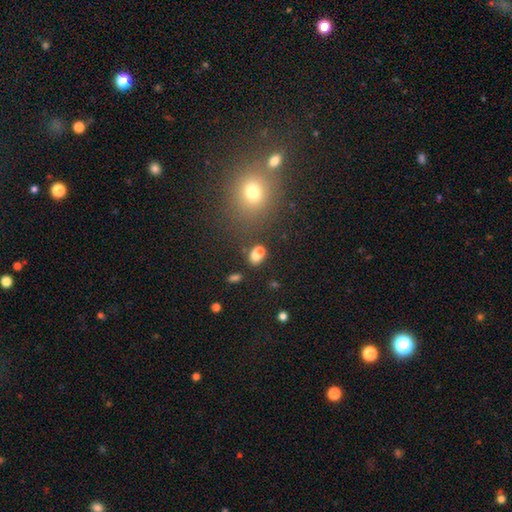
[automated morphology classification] smooth-or-featured: smooth: 74% | star or artifact: 14% | featured or disk: 12%
  how-rounded: in between: 69% | round: 30% | cigar-shaped: 2%
  merging: none: 44% | merger: 38% | minor disturbance: 12% | major disturbance: 6%